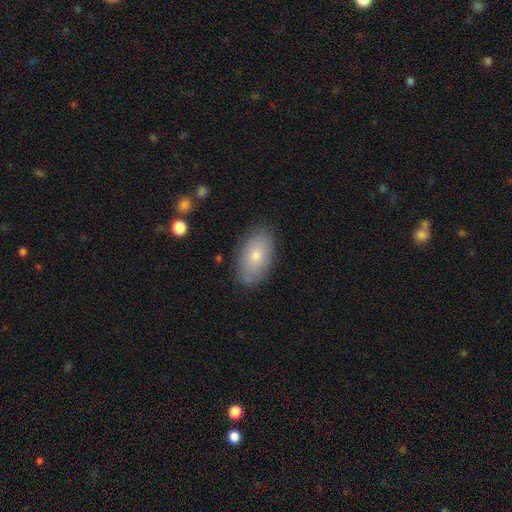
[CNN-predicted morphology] type=smooth (72%); roundness=in between (94%); merging=none (80%).